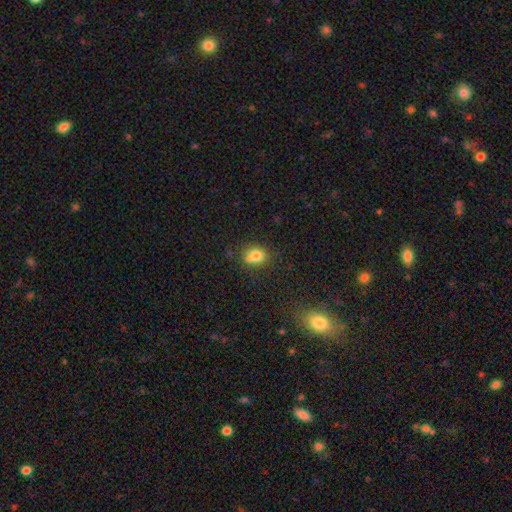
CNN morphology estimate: This is likely a smooth galaxy (78%). How rounded: possibly round (51%). Merging: likely none (60%).